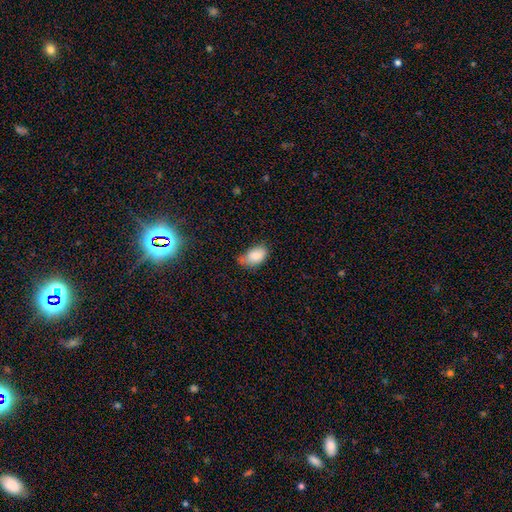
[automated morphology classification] smooth 84%, star or artifact 8%, featured or disk 8%. Down the decision tree: how rounded — in between (92%); merging — none (44%).